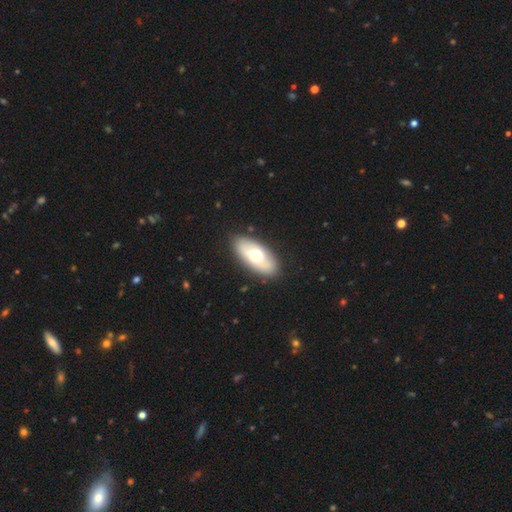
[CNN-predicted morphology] This is possibly a smooth galaxy (54%). How rounded: clearly in between (87%). Merging: clearly none (86%).